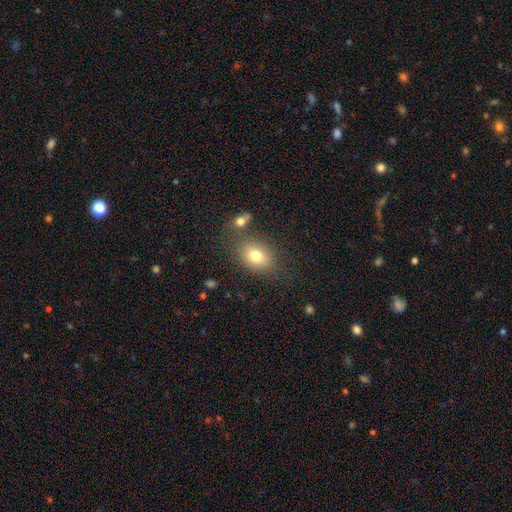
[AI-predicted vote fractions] This is likely a smooth galaxy (77%). How rounded: likely in between (69%). Merging: likely none (69%).